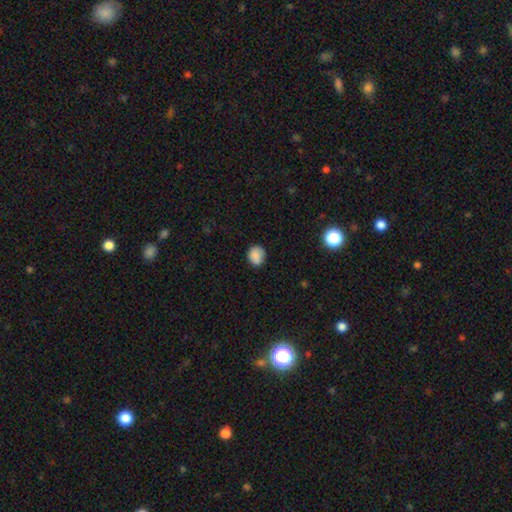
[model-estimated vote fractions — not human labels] Smooth or featured? Predicted: smooth (p=0.85). How rounded? Predicted: round (p=0.69). Merging? Predicted: none (p=0.79).